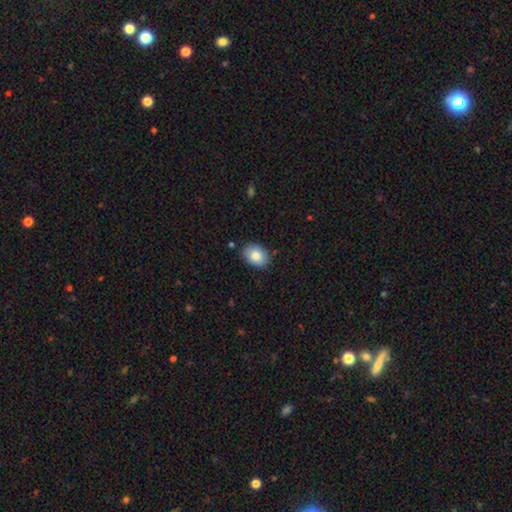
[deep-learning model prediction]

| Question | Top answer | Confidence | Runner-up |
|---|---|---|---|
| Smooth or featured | smooth | 83% | featured or disk (9%) |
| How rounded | in between | 77% | round (22%) |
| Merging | none | 86% | minor disturbance (11%) |